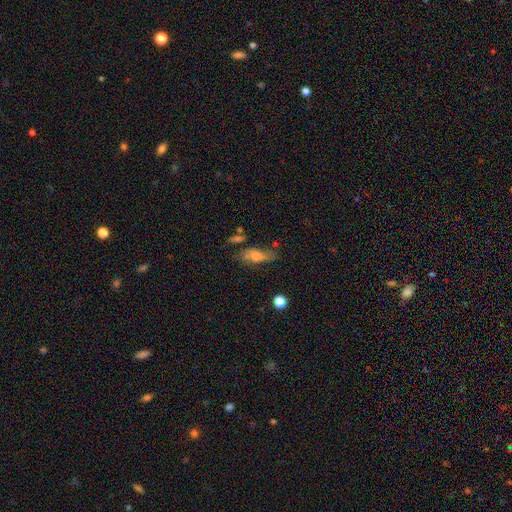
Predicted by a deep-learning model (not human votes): Smooth or featured? smooth (48%)
Merging? none (52%)